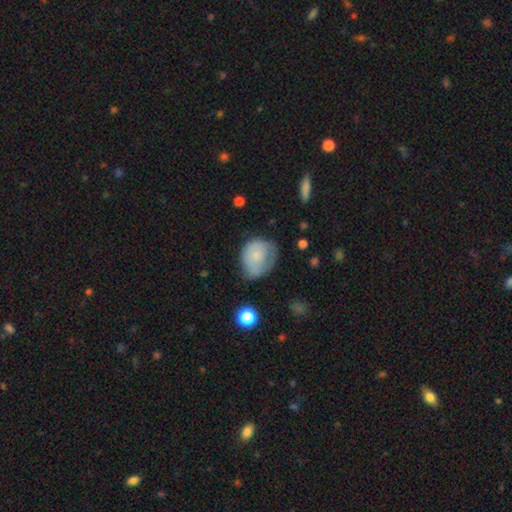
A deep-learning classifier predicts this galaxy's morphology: Overall: smooth (69%). How rounded: round (50%; in between 49%). Merging: none (40%; minor disturbance 37%).